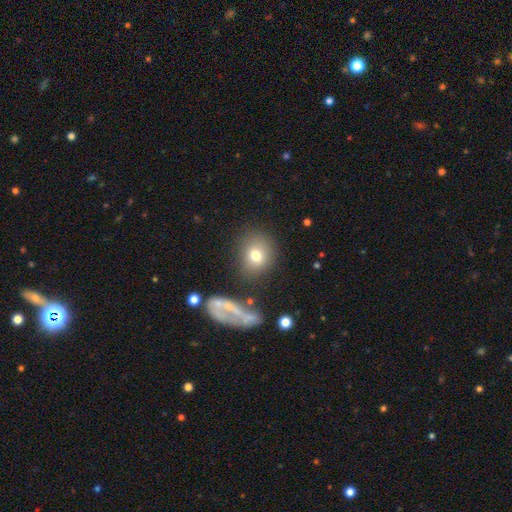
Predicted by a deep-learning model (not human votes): Morphology: type=smooth (75%); roundness=round (67%); merging=none (74%).